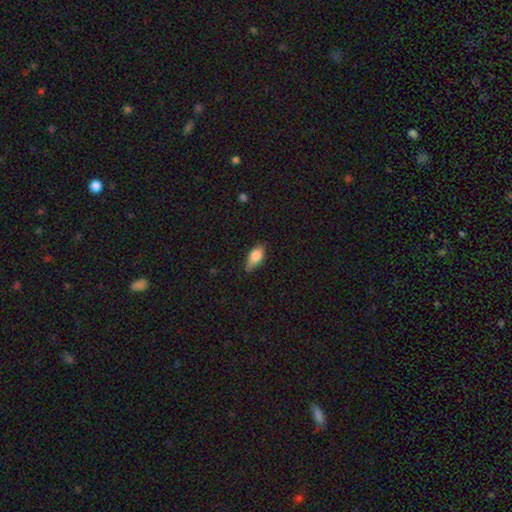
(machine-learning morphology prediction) smooth 82%, featured or disk 11%, star or artifact 7%. Down the decision tree: how rounded — in between (86%); merging — none (59%).